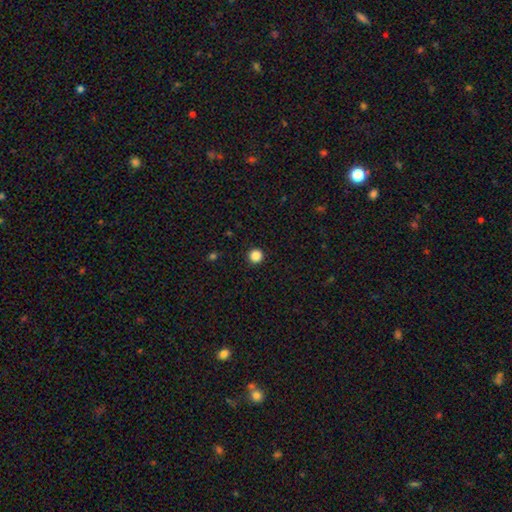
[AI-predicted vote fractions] Smooth or featured? Predicted: smooth (p=0.87). How rounded? Predicted: round (p=0.96). Merging? Predicted: none (p=0.94).